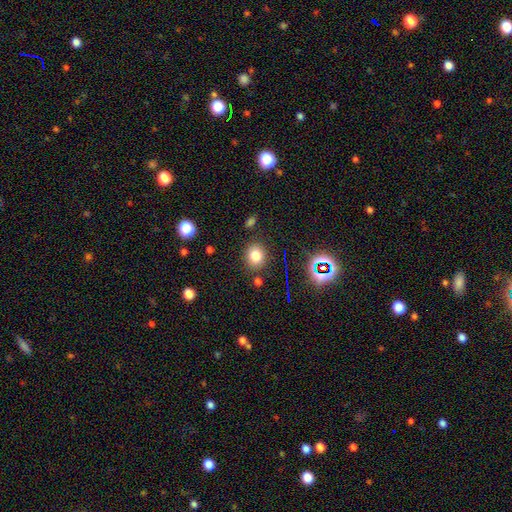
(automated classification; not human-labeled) A smooth galaxy with no disk features (77%) that is round (66%).

Vote fractions:
- Smooth or featured? smooth: 77% / star or artifact: 15% / featured or disk: 7%
- How rounded? round: 66% / in between: 33% / cigar-shaped: 1%
- Merging? none: 83% / minor disturbance: 10% / merger: 4% / major disturbance: 3%